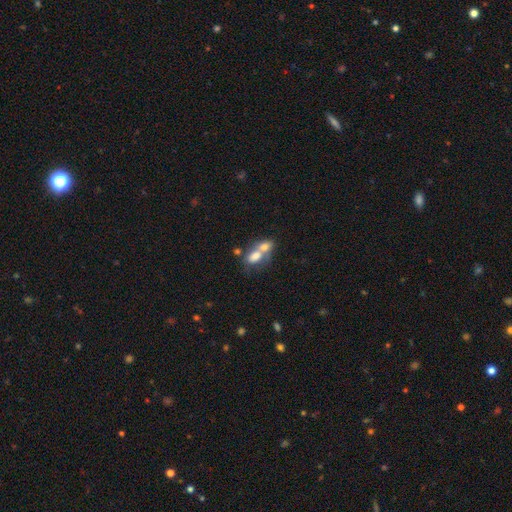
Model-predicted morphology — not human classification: Smooth or featured?
  - smooth: 72% *
  - featured or disk: 20%
  - star or artifact: 9%
How rounded?
  - in between: 82% *
  - round: 14%
  - cigar-shaped: 4%
Merging?
  - merger: 68% *
  - none: 19%
  - minor disturbance: 7%
  - major disturbance: 5%